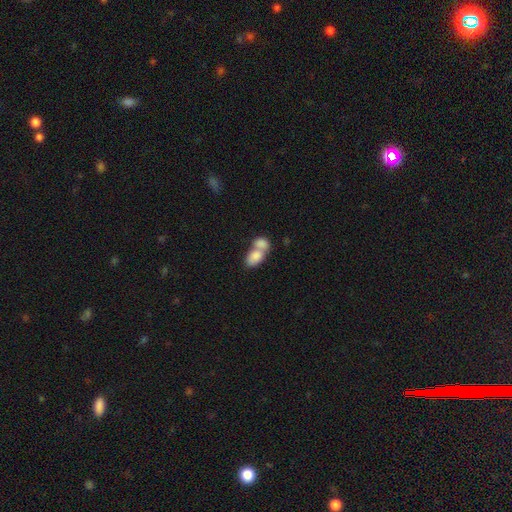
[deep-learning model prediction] smooth 82%, featured or disk 12%, star or artifact 7%. Down the decision tree: how rounded — in between (87%); merging — merger (73%).